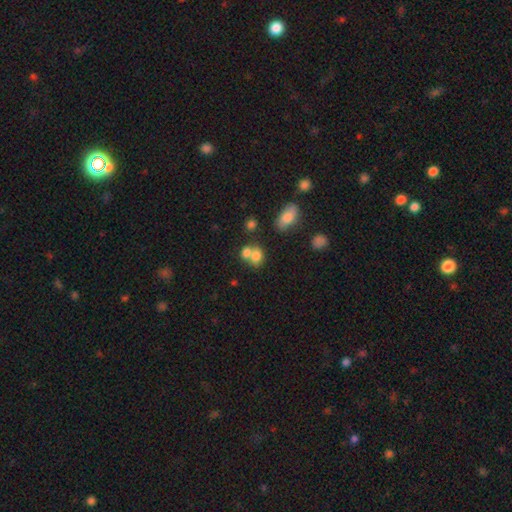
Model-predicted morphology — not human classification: This appears to be a smooth galaxy with no disk features (74%) that is in between round and cigar-shaped (56%). Merging: merger (56%).